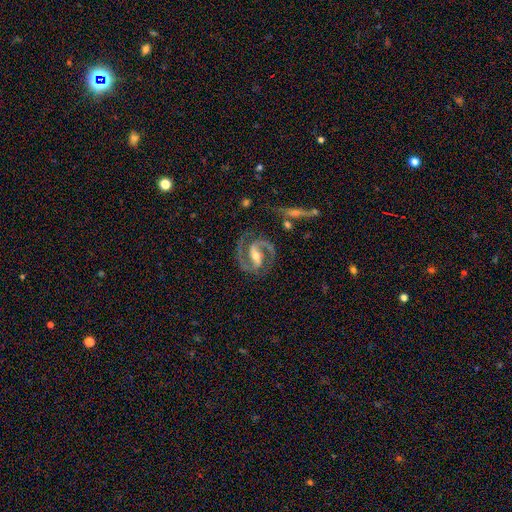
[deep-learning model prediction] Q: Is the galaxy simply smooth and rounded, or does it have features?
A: featured or disk — 93%.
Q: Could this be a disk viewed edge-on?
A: no — 98%.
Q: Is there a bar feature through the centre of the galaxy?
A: strong — 57%.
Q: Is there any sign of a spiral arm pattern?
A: yes — 98%.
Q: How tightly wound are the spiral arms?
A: medium — 63%.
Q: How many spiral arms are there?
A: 2 — 94%.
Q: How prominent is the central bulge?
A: moderate — 61%.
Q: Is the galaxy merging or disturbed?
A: none — 81%.